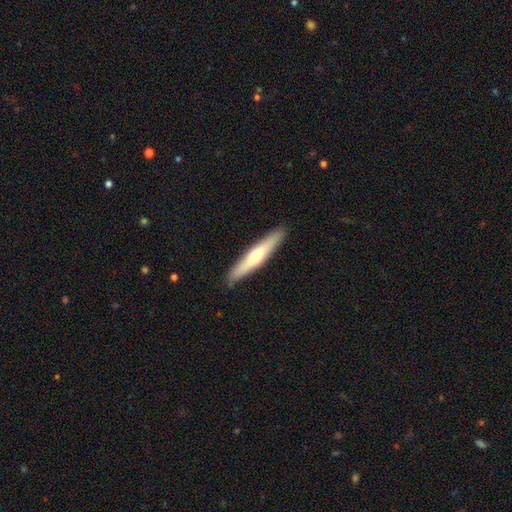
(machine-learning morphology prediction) Smooth or featured? Predicted: smooth (p=0.50). Merging? Predicted: none (p=0.90).